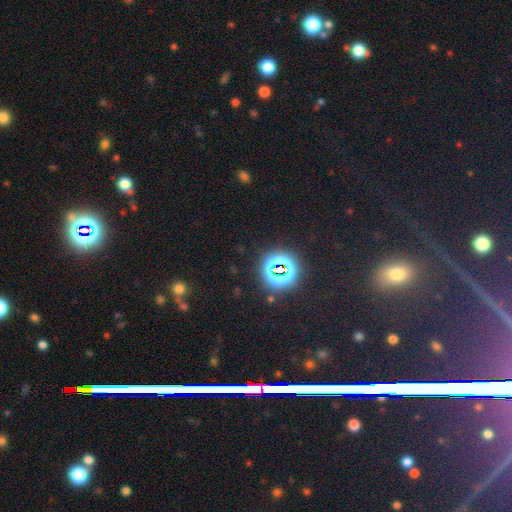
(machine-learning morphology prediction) Overall: star or artifact (69%).